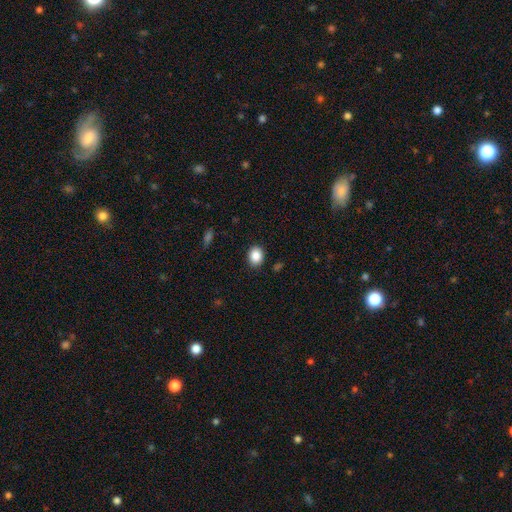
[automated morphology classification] This is clearly a smooth galaxy (87%). How rounded: possibly round (52%). Merging: clearly none (89%).